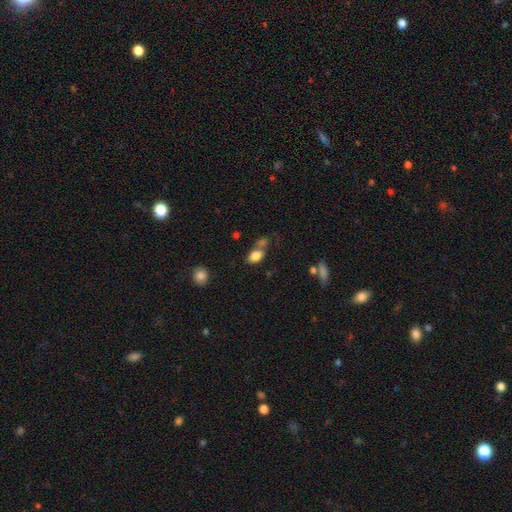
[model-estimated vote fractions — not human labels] Smooth or featured? smooth (82%)
How rounded? in between (84%)
Merging? none (48%)